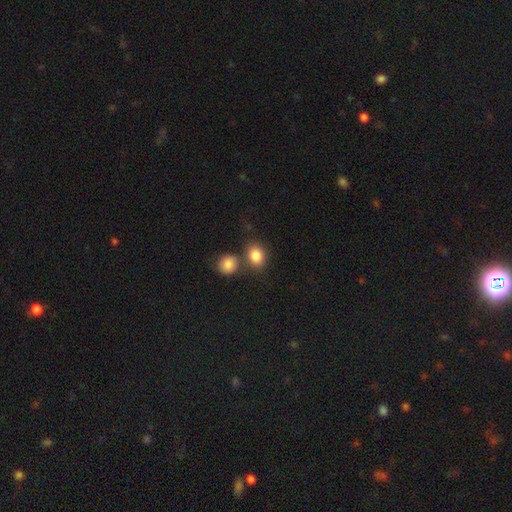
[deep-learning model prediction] This is clearly a smooth galaxy (84%). How rounded: possibly in between (56%). Merging: possibly none (60%).